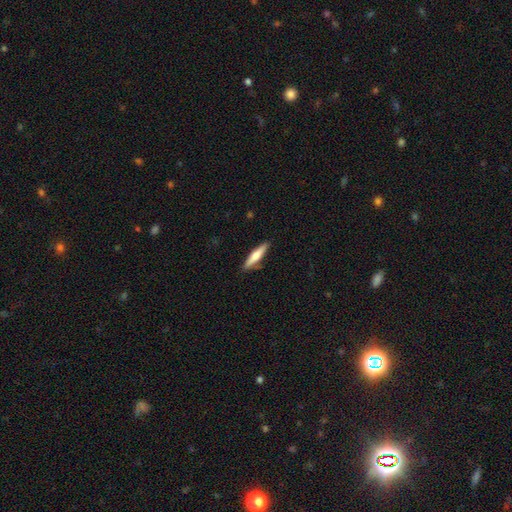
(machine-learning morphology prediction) The model was most divided on "smooth or featured": smooth: 62%, featured or disk: 33%, star or artifact: 5%. More confident: merging — none (85%); how rounded — cigar-shaped (84%).